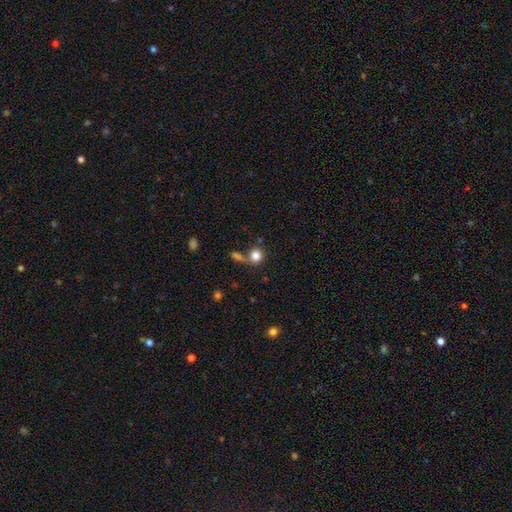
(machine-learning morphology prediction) Smooth or featured?
  - smooth: 83% *
  - star or artifact: 11%
  - featured or disk: 7%
How rounded?
  - round: 81% *
  - in between: 18%
  - cigar-shaped: 1%
Merging?
  - none: 56% *
  - merger: 27%
  - minor disturbance: 11%
  - major disturbance: 6%